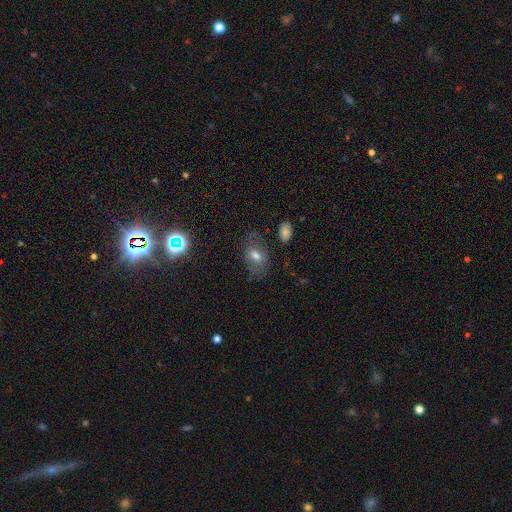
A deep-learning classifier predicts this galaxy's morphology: Smooth or featured? Predicted: smooth (p=0.60). How rounded? Predicted: in between (p=0.83). Merging? Predicted: none (p=0.70).